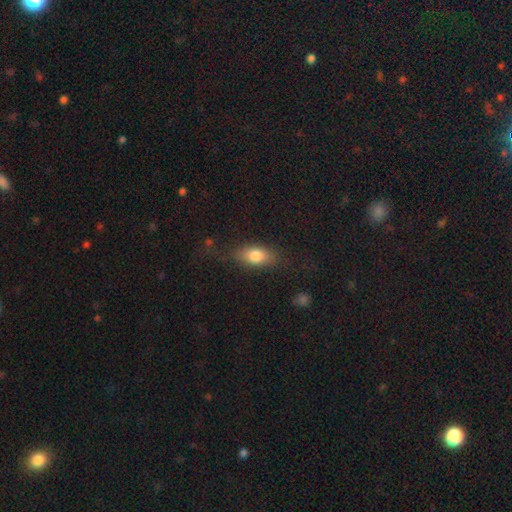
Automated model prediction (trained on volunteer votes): The model was most divided on "merging": none: 74%, minor disturbance: 17%, major disturbance: 8%, merger: 2%. More confident: how rounded — in between (83%); smooth or featured — smooth (78%).